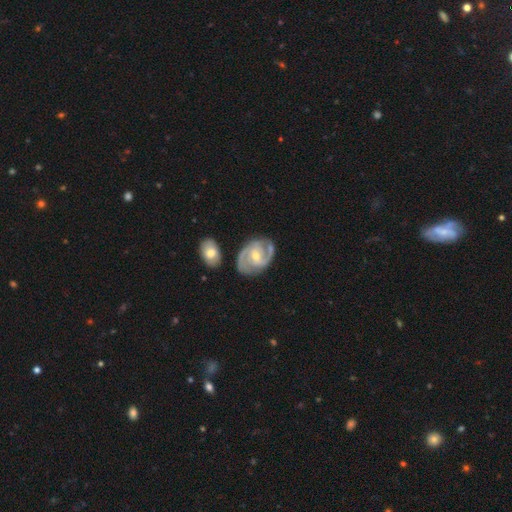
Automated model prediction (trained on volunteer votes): Q: Smooth or featured?
A: featured or disk (87%); runner-up: smooth (9%)
Q: Edge-on disk?
A: no (97%); runner-up: yes (3%)
Q: Bar?
A: weak (51%); runner-up: no (31%)
Q: Spiral arms?
A: yes (95%); runner-up: no (5%)
Q: Spiral winding?
A: medium (49%); runner-up: tight (39%)
Q: Spiral arm count?
A: 2 (79%); runner-up: 3 (8%)
Q: Bulge size?
A: moderate (55%); runner-up: small (42%)
Q: Merging?
A: none (72%); runner-up: minor disturbance (17%)